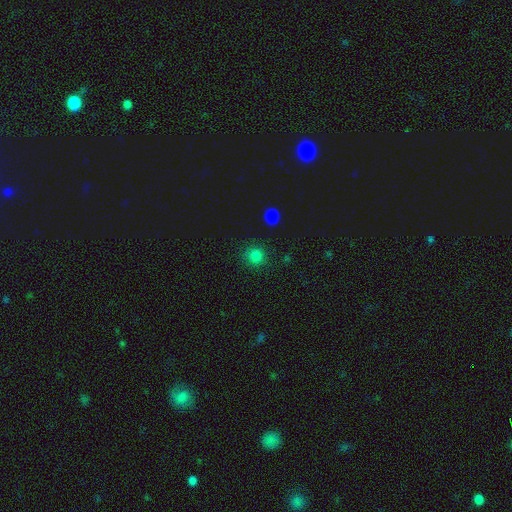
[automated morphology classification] Smooth or featured? smooth (82%)
How rounded? round (92%)
Merging? none (88%)